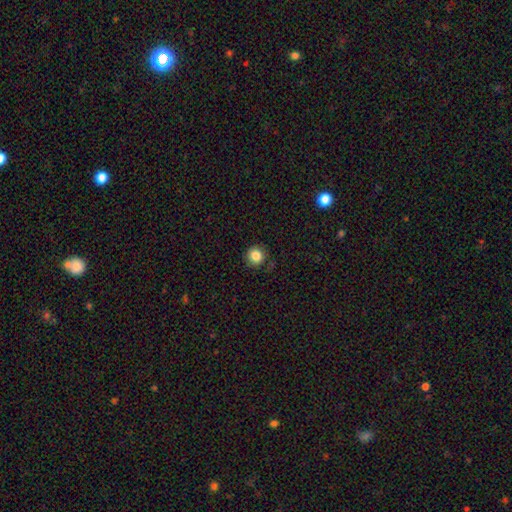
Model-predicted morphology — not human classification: smooth_or_featured: smooth (p=0.85) [alt: star or artifact p=0.10]
how_rounded: round (p=0.93) [alt: in between p=0.06]
merging: none (p=0.86) [alt: minor disturbance p=0.10]